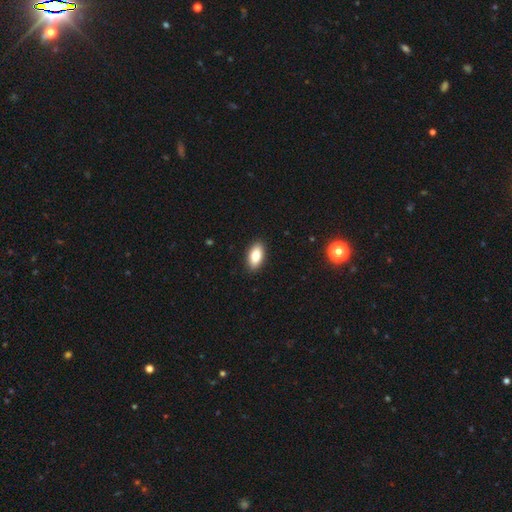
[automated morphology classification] smooth 84%, featured or disk 9%, star or artifact 7%. Down the decision tree: how rounded — in between (92%); merging — none (90%).